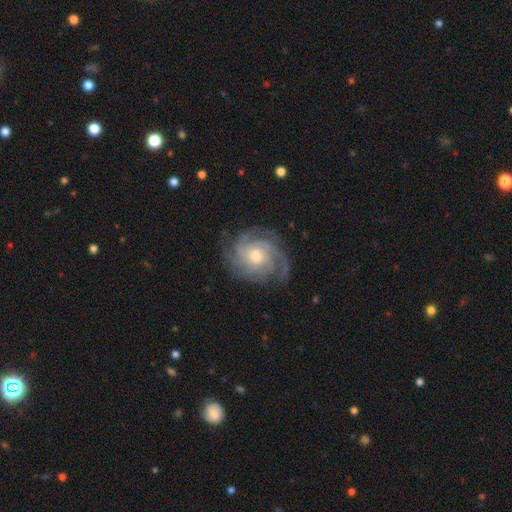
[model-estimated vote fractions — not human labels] Smooth or featured? featured or disk (89%)
Edge-on disk? no (98%)
Bar? no (75%)
Spiral arms? yes (98%)
Spiral winding? tight (66%)
Spiral arm count? 4 (29%)
Bulge size? moderate (56%)
Merging? none (79%)